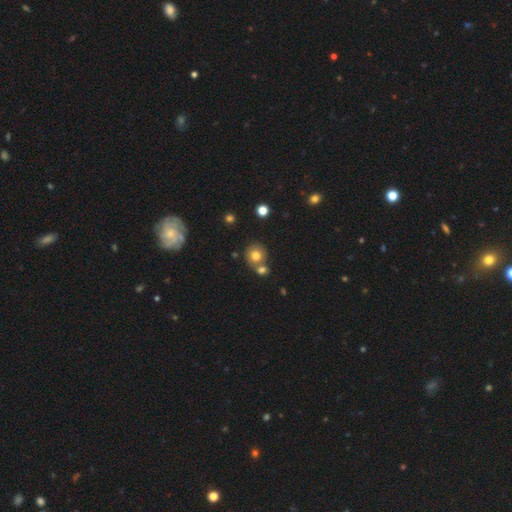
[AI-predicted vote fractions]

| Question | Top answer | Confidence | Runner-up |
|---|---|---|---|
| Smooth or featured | smooth | 75% | featured or disk (14%) |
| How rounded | round | 84% | in between (15%) |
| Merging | none | 56% | merger (31%) |